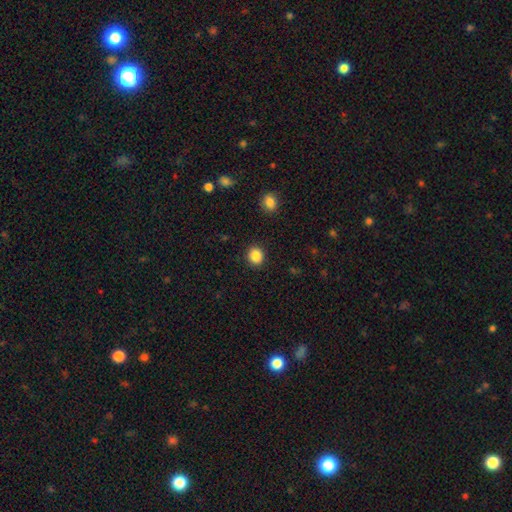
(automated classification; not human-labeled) Smooth or featured? smooth (86%)
How rounded? round (81%)
Merging? none (91%)